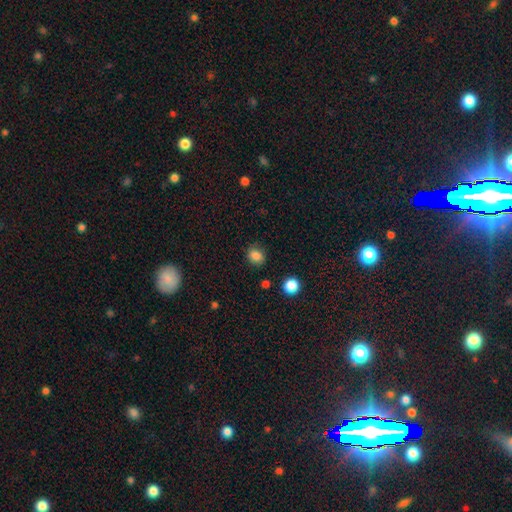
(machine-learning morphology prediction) A smooth galaxy with no disk features (84%) that is round (70%).

Vote fractions:
- Smooth or featured? smooth: 84% / star or artifact: 11% / featured or disk: 4%
- How rounded? round: 70% / in between: 29% / cigar-shaped: 1%
- Merging? none: 83% / minor disturbance: 12% / major disturbance: 3% / merger: 2%